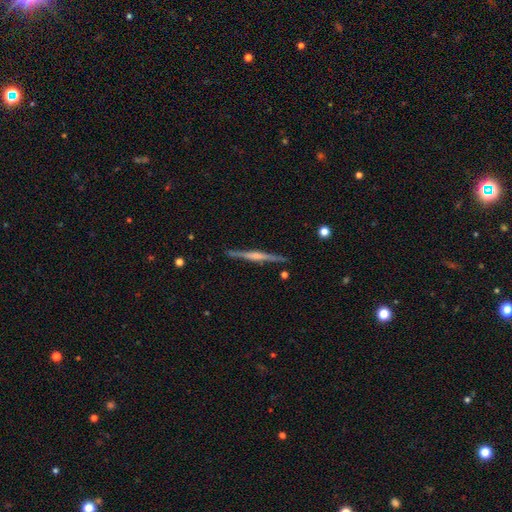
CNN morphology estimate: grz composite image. It shows a featured or disk galaxy (79%) viewed edge-on (98%) with a rounded central bulge (61%). Merging: none (90%).